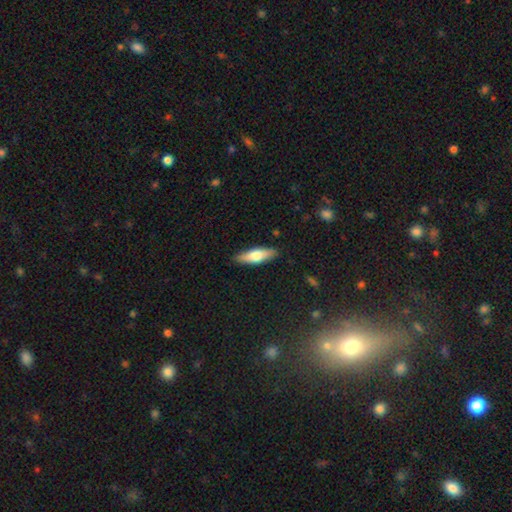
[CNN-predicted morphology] Smooth or featured?
  - smooth: 62% *
  - featured or disk: 32%
  - star or artifact: 6%
How rounded?
  - cigar-shaped: 49% *
  - in between: 48%
  - round: 2%
Merging?
  - none: 88% *
  - minor disturbance: 9%
  - major disturbance: 2%
  - merger: 1%